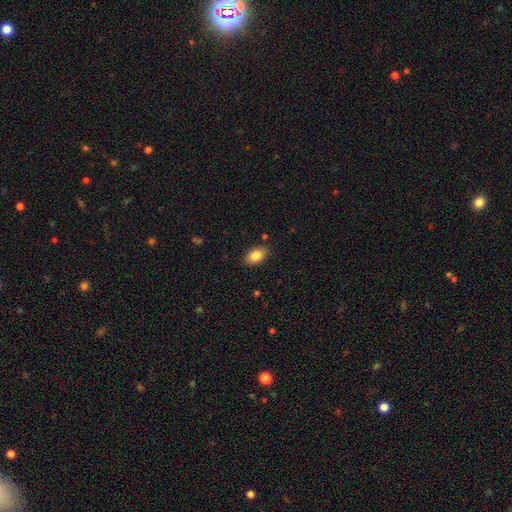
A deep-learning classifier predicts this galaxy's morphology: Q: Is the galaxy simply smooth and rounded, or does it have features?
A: smooth — 85%.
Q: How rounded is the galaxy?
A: in between — 90%.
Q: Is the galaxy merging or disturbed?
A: none — 86%.